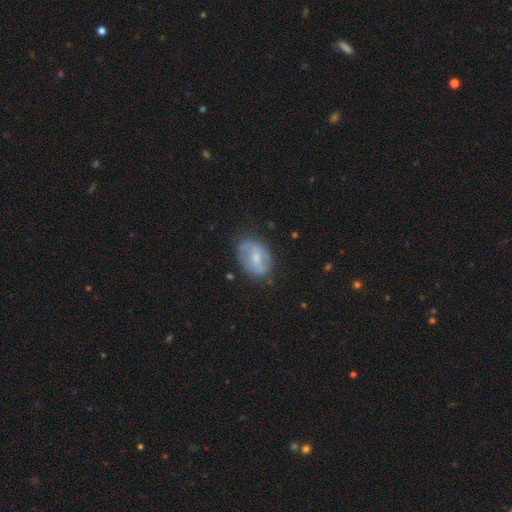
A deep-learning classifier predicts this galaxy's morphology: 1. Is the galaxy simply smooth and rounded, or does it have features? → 57% featured or disk, 37% smooth, 7% star or artifact.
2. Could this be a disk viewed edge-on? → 96% no, 4% yes.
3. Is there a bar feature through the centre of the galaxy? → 47% weak, 36% no, 18% strong.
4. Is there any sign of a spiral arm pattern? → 72% yes, 28% no.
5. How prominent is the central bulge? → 48% small, 43% moderate, 5% none, 3% large, 1% dominant.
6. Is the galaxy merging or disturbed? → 70% none, 21% minor disturbance, 7% major disturbance, 2% merger.